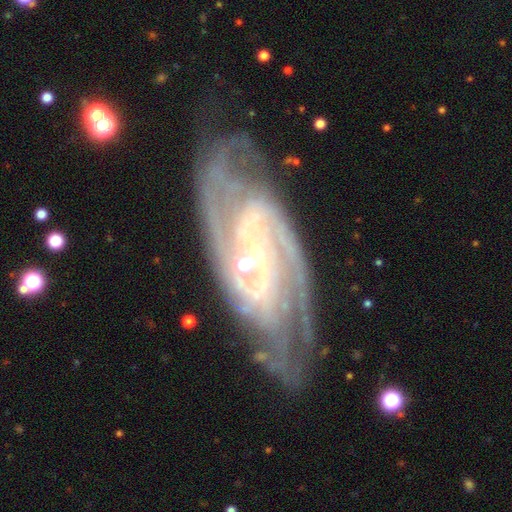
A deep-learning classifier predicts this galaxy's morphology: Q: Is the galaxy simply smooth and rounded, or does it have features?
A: featured or disk — 91%.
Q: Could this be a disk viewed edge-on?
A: no — 94%.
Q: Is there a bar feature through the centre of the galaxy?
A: weak — 40%.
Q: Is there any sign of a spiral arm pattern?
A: yes — 98%.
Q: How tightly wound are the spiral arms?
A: tight — 52%.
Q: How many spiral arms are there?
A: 2 — 43%.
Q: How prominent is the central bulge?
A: small — 72%.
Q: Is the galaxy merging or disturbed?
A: none — 75%.